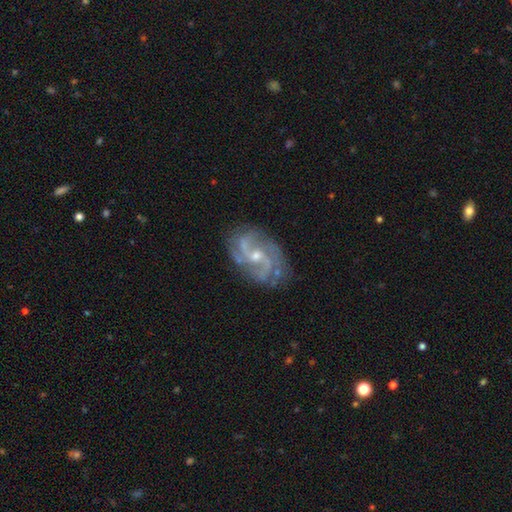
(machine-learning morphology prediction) smooth-or-featured: featured or disk: 89% | star or artifact: 6% | smooth: 5%
  disk-edge-on: no: 97% | yes: 3%
    bar: no: 47% | weak: 42% | strong: 11%
    has-spiral-arms: yes: 97% | no: 3%
      spiral-winding: medium: 50% | loose: 30% | tight: 20%
      spiral-arm-count: 2: 61% | 3: 16% | can't tell: 10% | 4: 5% | 1: 4% | more than 4: 4%
    bulge-size: small: 51% | moderate: 45% | none: 2% | large: 1% | dominant: 1%
  merging: none: 75% | minor disturbance: 17% | major disturbance: 7% | merger: 2%